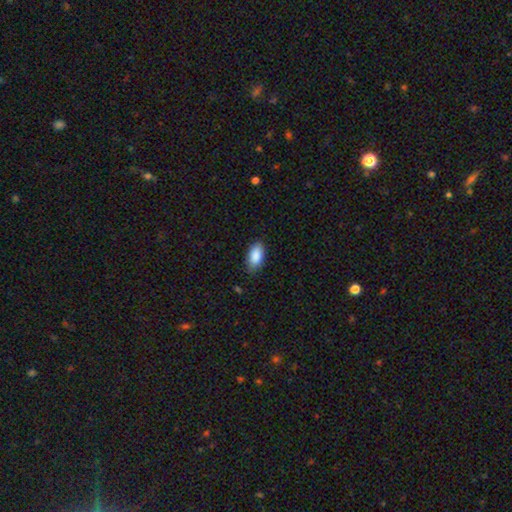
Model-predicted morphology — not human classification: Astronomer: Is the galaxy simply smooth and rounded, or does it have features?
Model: smooth — 89%.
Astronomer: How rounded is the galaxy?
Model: in between — 93%.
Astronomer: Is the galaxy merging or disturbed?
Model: none — 83%.